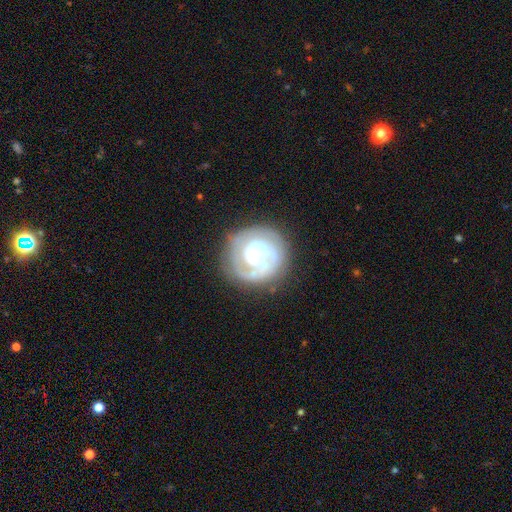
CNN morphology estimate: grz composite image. It shows a featured or disk galaxy (75%) with no bar (72%), 1 (41%) tight (68%) spiral arms (81%) and a moderate central bulge (53%). Merging: none (77%).